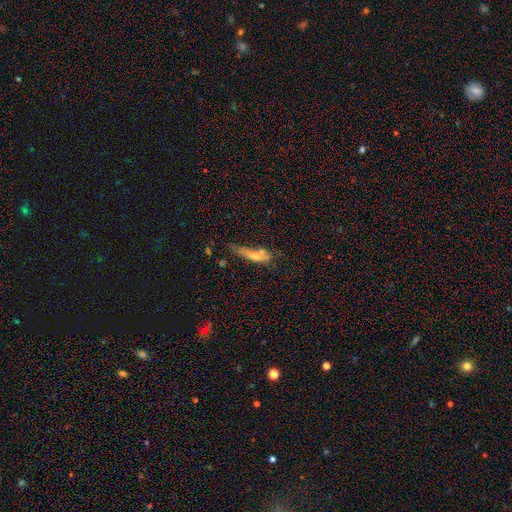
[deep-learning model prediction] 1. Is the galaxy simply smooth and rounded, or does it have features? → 56% smooth, 34% featured or disk, 10% star or artifact.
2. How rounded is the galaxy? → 69% cigar-shaped, 28% in between, 3% round.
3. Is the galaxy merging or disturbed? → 40% none, 27% minor disturbance, 17% merger, 17% major disturbance.